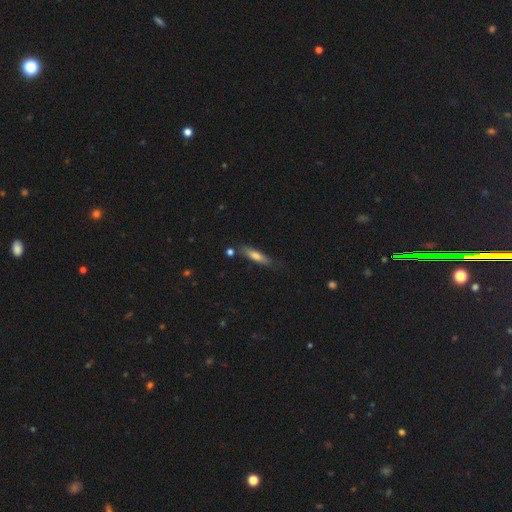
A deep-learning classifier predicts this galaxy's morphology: type=smooth (67%); roundness=cigar-shaped (79%); merging=none (74%).